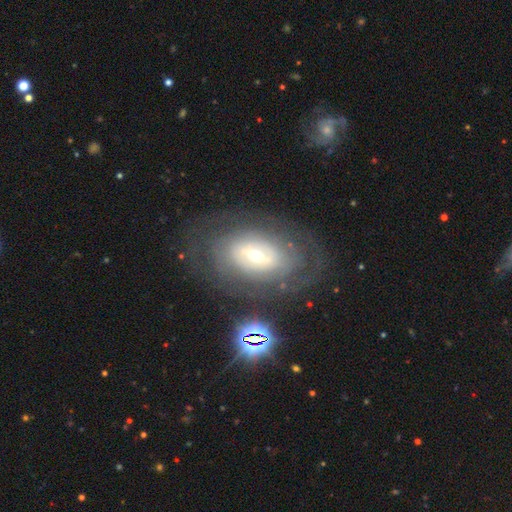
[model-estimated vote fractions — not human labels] Overall: featured or disk (77%). Edge-on disk: no (94%). Bar: weak (41%; no 35%). Spiral arms: yes (74%). Spiral arm count: can't tell (56%; 2 24%). Spiral winding: tight (68%). Bulge size: small (49%; moderate 46%). Merging: none (72%).